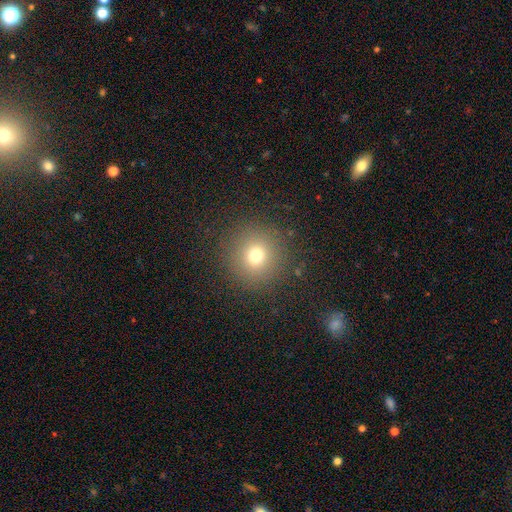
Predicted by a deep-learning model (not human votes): Smooth or featured? Predicted: smooth (p=0.72). How rounded? Predicted: round (p=0.94). Merging? Predicted: none (p=0.89).